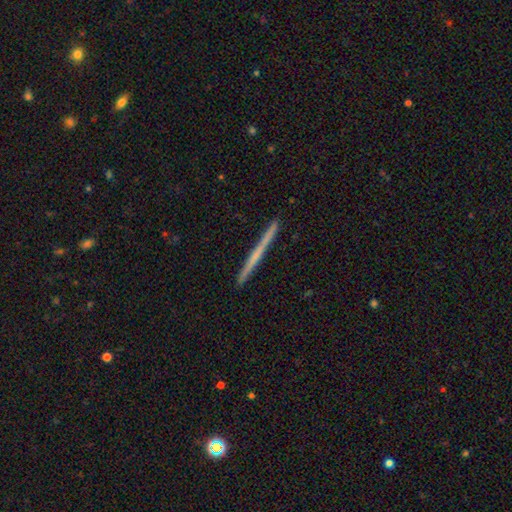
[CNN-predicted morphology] smooth-or-featured: featured or disk: 54% | smooth: 41% | star or artifact: 5%
  disk-edge-on: yes: 98% | no: 2%
    edge-on-bulge: none: 87% | rounded: 10% | boxy: 4%
  merging: none: 93% | minor disturbance: 5% | major disturbance: 1% | merger: 1%